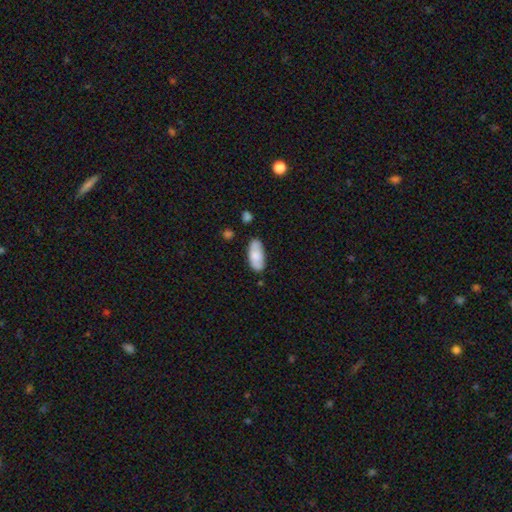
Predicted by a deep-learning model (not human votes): A smooth galaxy with no disk features (79%) that is in between round and cigar-shaped (88%). Merging: none (76%).